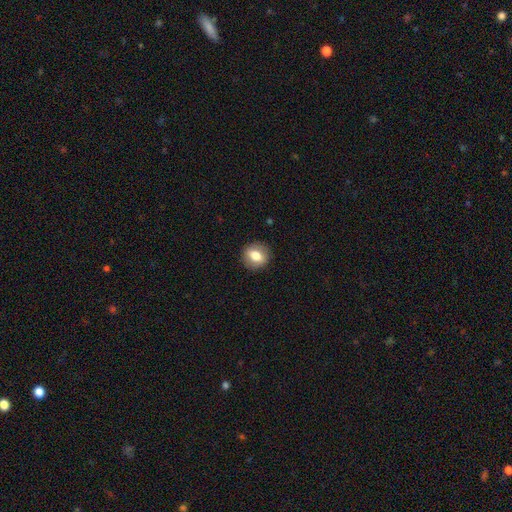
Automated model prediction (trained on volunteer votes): Q: Smooth or featured?
A: smooth (73%); runner-up: featured or disk (19%)
Q: How rounded?
A: round (74%); runner-up: in between (25%)
Q: Merging?
A: none (89%); runner-up: minor disturbance (8%)